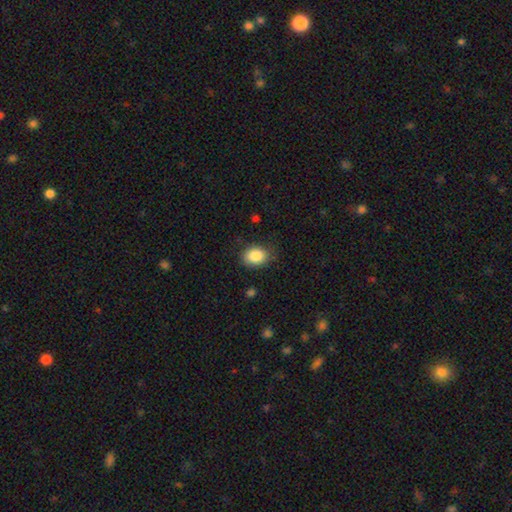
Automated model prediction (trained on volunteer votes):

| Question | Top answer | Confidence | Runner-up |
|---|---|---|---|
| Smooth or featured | smooth | 87% | star or artifact (8%) |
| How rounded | in between | 67% | round (32%) |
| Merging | none | 79% | minor disturbance (16%) |